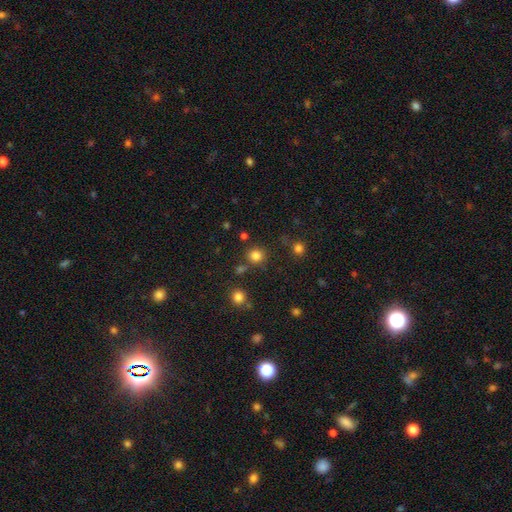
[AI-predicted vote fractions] Overall: smooth (80%). How rounded: round (91%). Merging: none (80%).